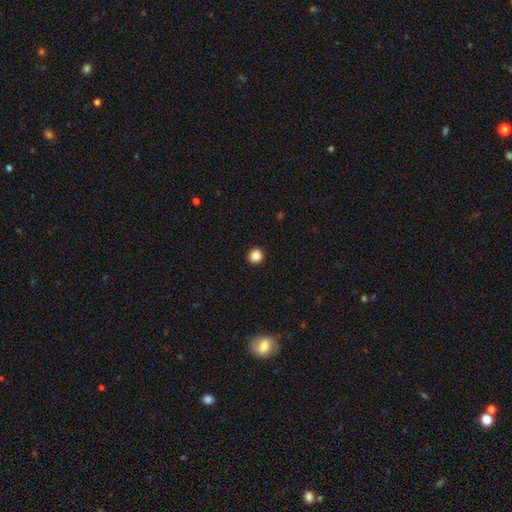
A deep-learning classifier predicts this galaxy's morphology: A smooth galaxy with no disk features (87%) that is round (93%). Merging: none (93%).